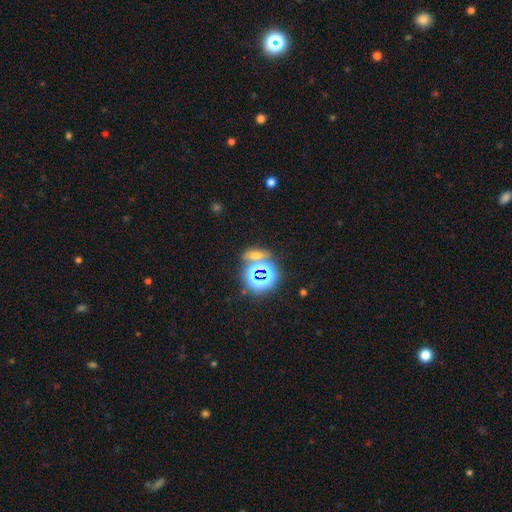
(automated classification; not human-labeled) smooth-or-featured: star or artifact: 48% | smooth: 40% | featured or disk: 12%